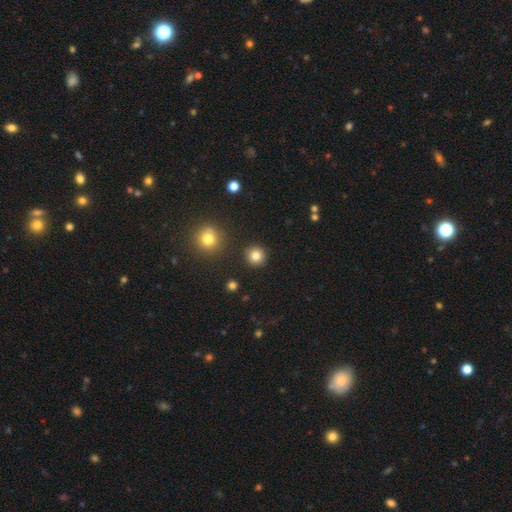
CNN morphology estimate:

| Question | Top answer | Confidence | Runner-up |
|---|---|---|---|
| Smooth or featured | smooth | 83% | star or artifact (12%) |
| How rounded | round | 94% | in between (5%) |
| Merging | none | 91% | minor disturbance (5%) |